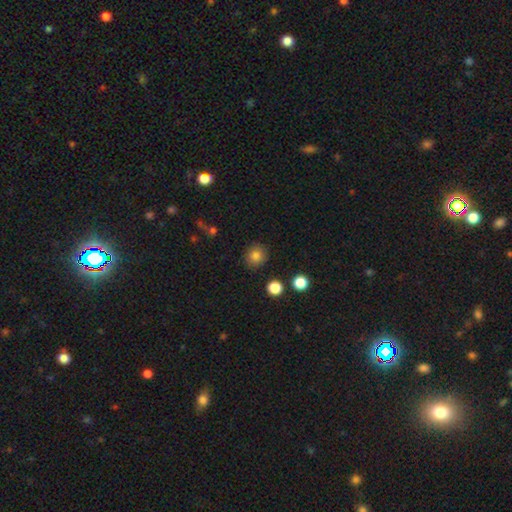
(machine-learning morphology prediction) This appears to be a smooth galaxy with no disk features (83%) that is round (86%). Merging: none (89%).